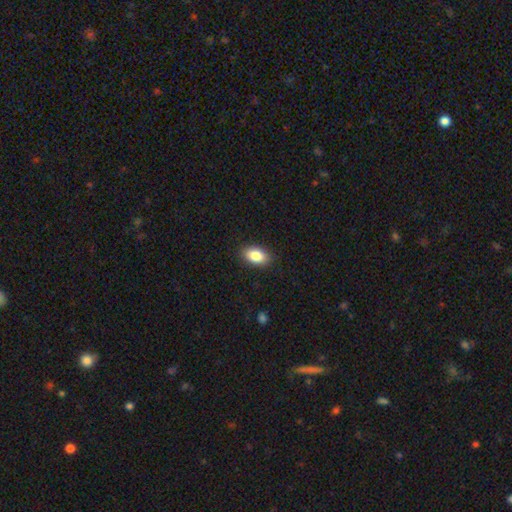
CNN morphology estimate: The model was most divided on "smooth or featured": smooth: 85%, star or artifact: 8%, featured or disk: 7%. More confident: how rounded — in between (91%); merging — none (88%).